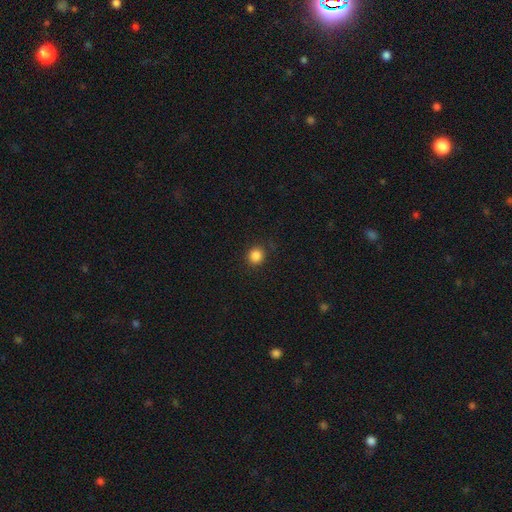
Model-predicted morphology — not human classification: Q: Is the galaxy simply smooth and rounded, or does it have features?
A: smooth — 85%.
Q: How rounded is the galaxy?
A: round — 91%.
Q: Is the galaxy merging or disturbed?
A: none — 89%.